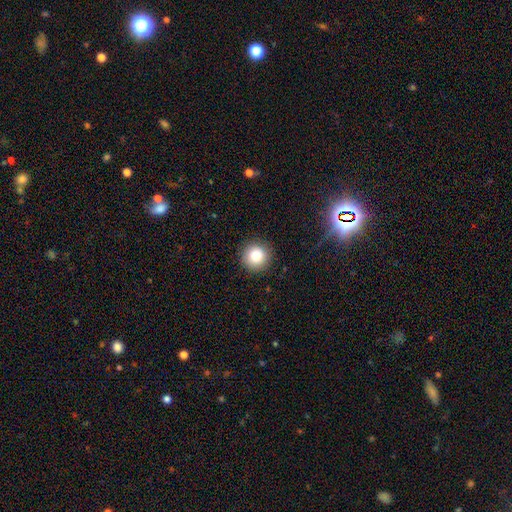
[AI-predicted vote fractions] Smooth or featured?
  - smooth: 83% *
  - star or artifact: 10%
  - featured or disk: 7%
How rounded?
  - round: 95% *
  - in between: 4%
  - cigar-shaped: 1%
Merging?
  - none: 91% *
  - minor disturbance: 6%
  - major disturbance: 2%
  - merger: 1%